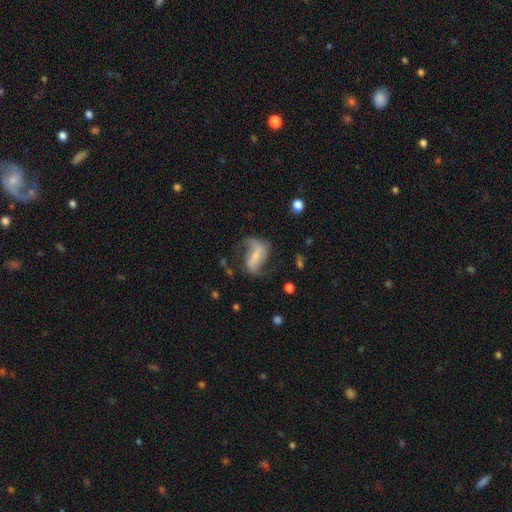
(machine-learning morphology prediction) smooth-or-featured: featured or disk: 74% | smooth: 18% | star or artifact: 7%
  disk-edge-on: no: 95% | yes: 5%
    bar: strong: 44% | weak: 36% | no: 20%
    has-spiral-arms: yes: 88% | no: 12%
      spiral-winding: loose: 66% | medium: 26% | tight: 8%
      spiral-arm-count: 2: 85% | 1: 6% | can't tell: 5% | 3: 1% | 4: 1% | more than 4: 1%
    bulge-size: small: 52% | moderate: 26% | none: 17% | large: 4% | dominant: 1%
  merging: none: 53% | minor disturbance: 22% | major disturbance: 22% | merger: 3%